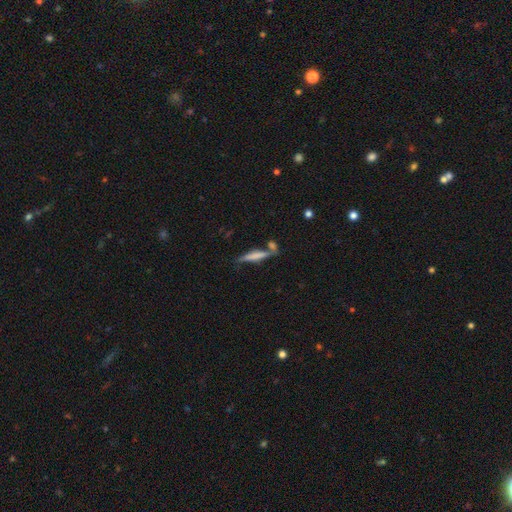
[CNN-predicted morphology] A smooth galaxy with no disk features (59%) that is cigar-shaped (85%). Merging: none (56%).